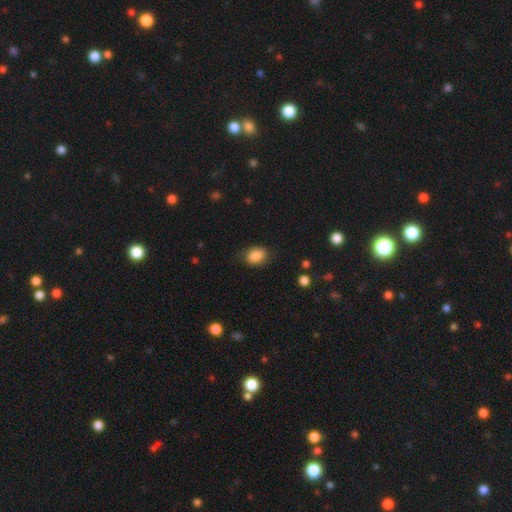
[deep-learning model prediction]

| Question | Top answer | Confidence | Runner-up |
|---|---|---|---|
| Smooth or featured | smooth | 87% | star or artifact (8%) |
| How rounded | in between | 76% | round (23%) |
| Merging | none | 77% | minor disturbance (17%) |